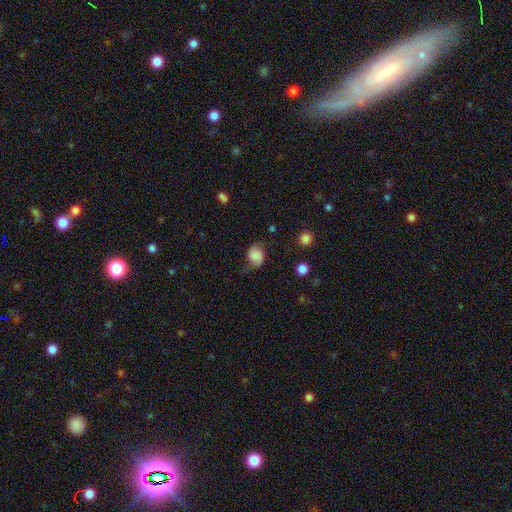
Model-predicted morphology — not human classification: The model was most divided on "how rounded": round: 55%, in between: 44%, cigar-shaped: 1%. More confident: smooth or featured — smooth (66%); merging — none (54%).